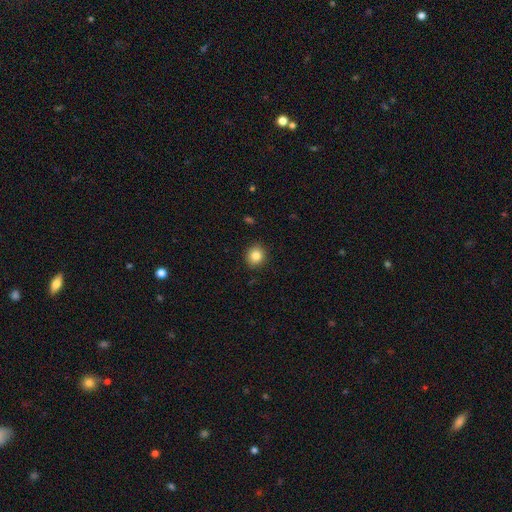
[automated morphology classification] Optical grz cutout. It shows a smooth galaxy with no disk features (84%) that is round (81%). Merging: none (90%).